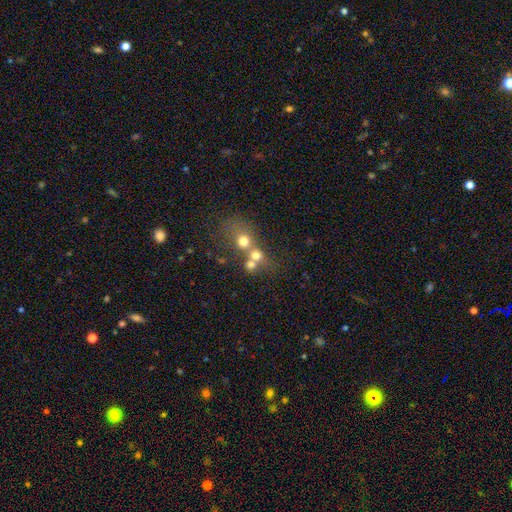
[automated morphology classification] The model was most divided on "merging": merger: 60%, none: 29%, minor disturbance: 6%, major disturbance: 5%. More confident: how rounded — round (77%); smooth or featured — smooth (63%).